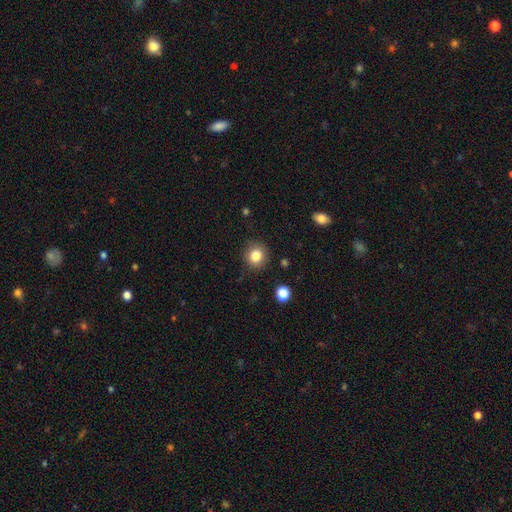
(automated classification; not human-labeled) Q: Smooth or featured?
A: smooth (83%); runner-up: star or artifact (11%)
Q: How rounded?
A: round (88%); runner-up: in between (11%)
Q: Merging?
A: none (88%); runner-up: minor disturbance (8%)